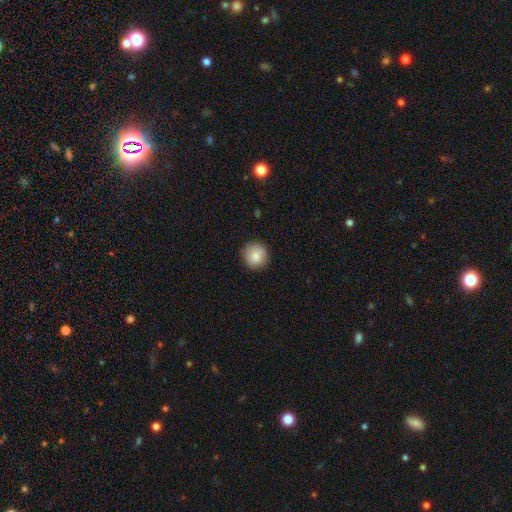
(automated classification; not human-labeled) Smooth or featured? smooth (87%)
How rounded? round (94%)
Merging? none (90%)